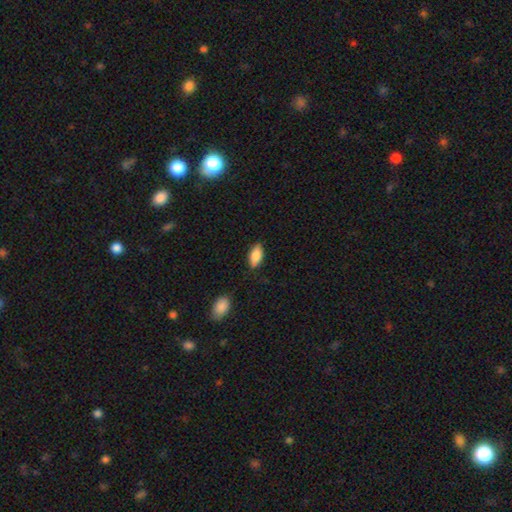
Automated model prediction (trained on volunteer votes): Overall: smooth (83%). How rounded: in between (89%). Merging: none (82%).